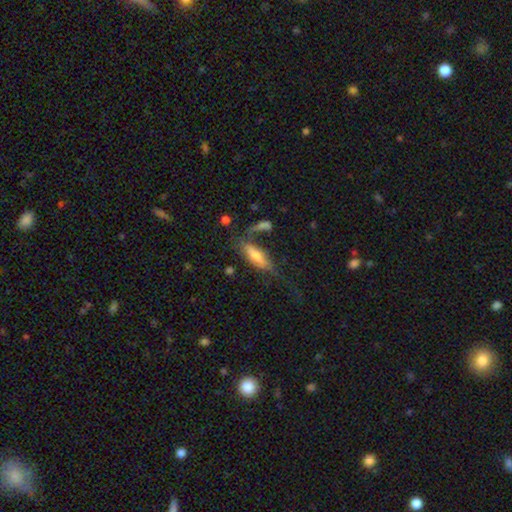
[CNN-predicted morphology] This is possibly a smooth galaxy (58%). How rounded: possibly cigar-shaped (49%). Merging: marginally none (41%).